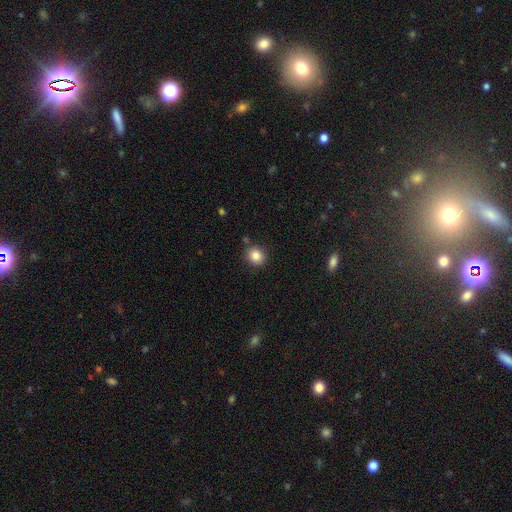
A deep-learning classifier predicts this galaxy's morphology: Smooth or featured?
  - smooth: 84% *
  - star or artifact: 10%
  - featured or disk: 6%
How rounded?
  - round: 82% *
  - in between: 17%
  - cigar-shaped: 1%
Merging?
  - none: 84% *
  - minor disturbance: 9%
  - merger: 4%
  - major disturbance: 2%